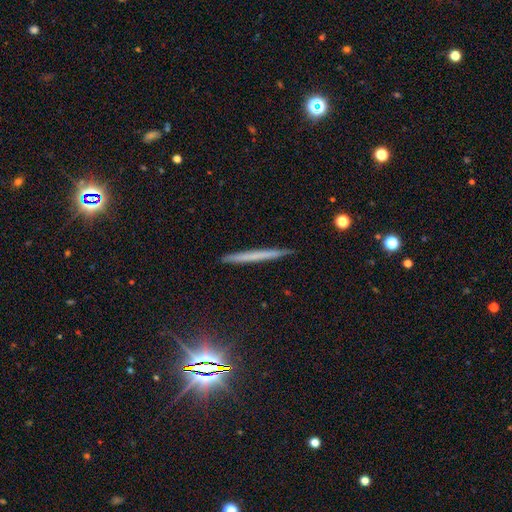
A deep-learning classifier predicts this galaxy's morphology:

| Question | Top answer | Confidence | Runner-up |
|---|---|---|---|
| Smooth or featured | smooth | 50% | featured or disk (38%) |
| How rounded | cigar-shaped | 97% | in between (2%) |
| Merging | none | 91% | minor disturbance (6%) |